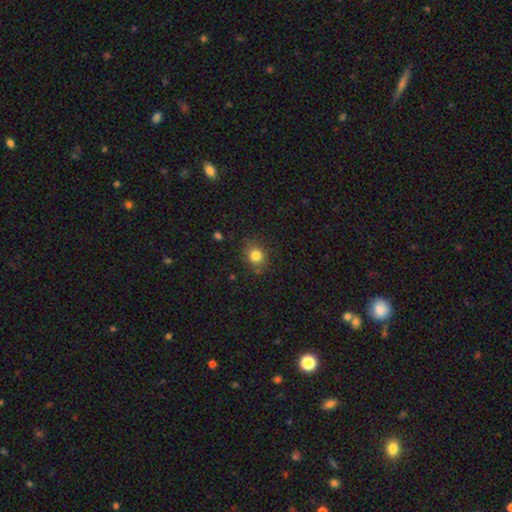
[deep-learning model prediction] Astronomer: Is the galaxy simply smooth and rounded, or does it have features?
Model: smooth — 81%.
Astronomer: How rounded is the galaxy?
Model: round — 74%.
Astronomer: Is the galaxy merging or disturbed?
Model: none — 82%.